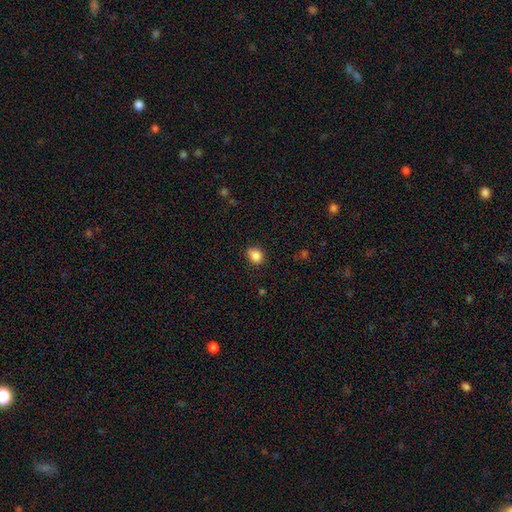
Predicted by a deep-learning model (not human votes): Smooth or featured: smooth — 85% (star or artifact — 10%)
How rounded: in between — 53% (round — 46%)
Merging: none — 74% (minor disturbance — 20%)